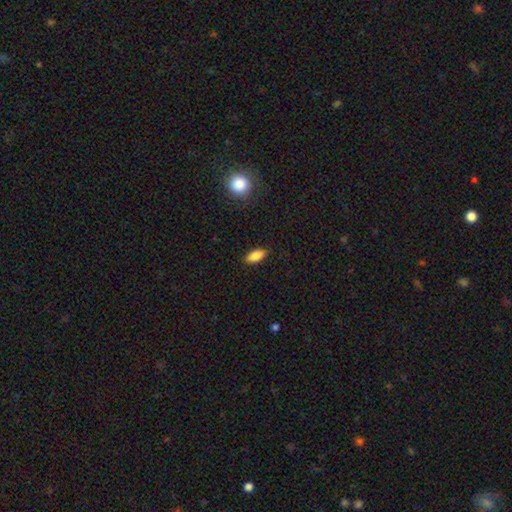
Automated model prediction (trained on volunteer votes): smooth-or-featured: smooth: 83% | featured or disk: 9% | star or artifact: 8%
  how-rounded: in between: 84% | cigar-shaped: 13% | round: 3%
  merging: none: 87% | minor disturbance: 10% | major disturbance: 2% | merger: 1%